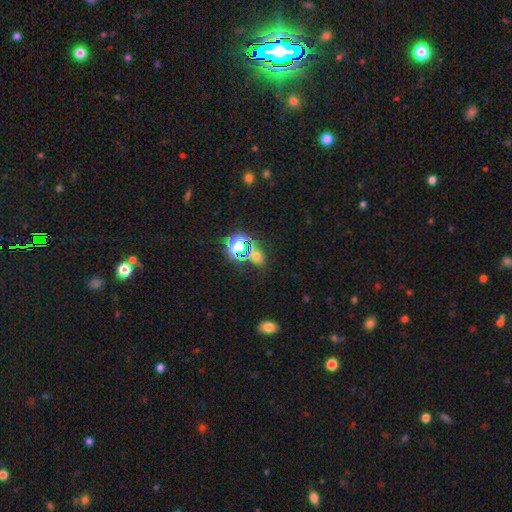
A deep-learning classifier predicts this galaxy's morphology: smooth-or-featured: smooth: 51% | star or artifact: 40% | featured or disk: 9%
  how-rounded: round: 54% | in between: 45% | cigar-shaped: 2%
  merging: none: 67% | merger: 15% | minor disturbance: 12% | major disturbance: 6%